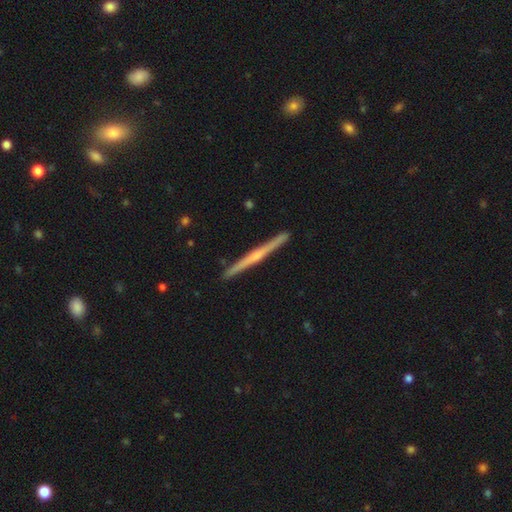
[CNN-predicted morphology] smooth_or_featured: featured or disk (p=0.76) [alt: smooth p=0.19]
disk_edge_on: yes (p=0.98) [alt: no p=0.02]
edge_on_bulge: rounded (p=0.60) [alt: none p=0.31]
merging: none (p=0.93) [alt: minor disturbance p=0.05]